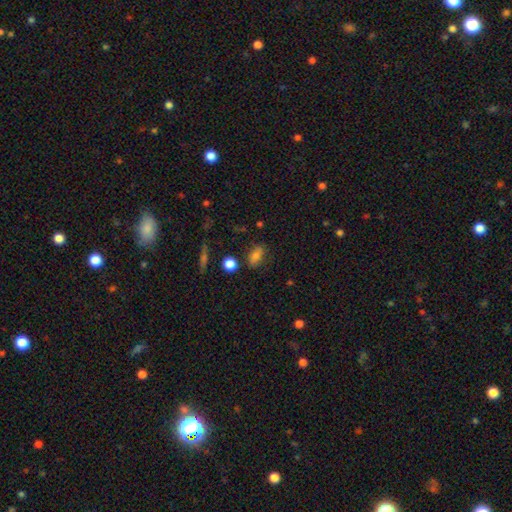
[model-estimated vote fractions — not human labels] The model was most divided on "merging": none: 73%, minor disturbance: 18%, merger: 5%, major disturbance: 5%. More confident: how rounded — in between (78%); smooth or featured — smooth (75%).